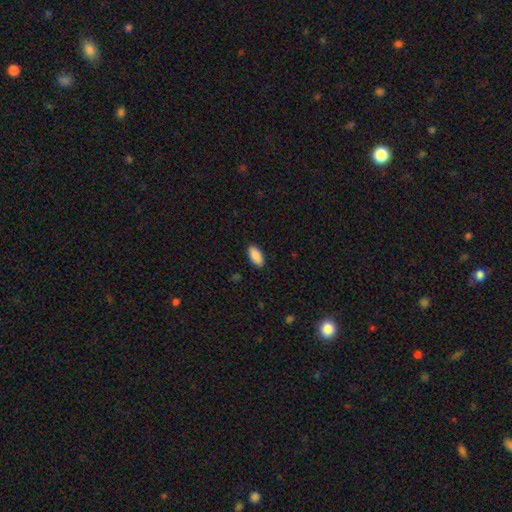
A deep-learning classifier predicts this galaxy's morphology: Smooth or featured?
  - smooth: 90% *
  - star or artifact: 6%
  - featured or disk: 4%
How rounded?
  - in between: 89% *
  - cigar-shaped: 9%
  - round: 2%
Merging?
  - none: 89% *
  - minor disturbance: 8%
  - major disturbance: 2%
  - merger: 1%